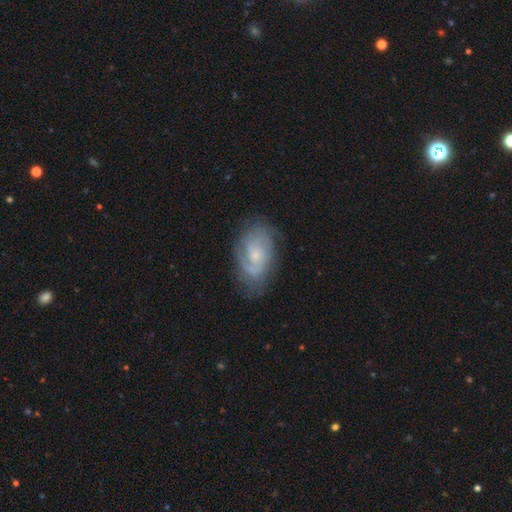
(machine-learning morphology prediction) featured or disk 73%, smooth 20%, star or artifact 7%. Down the decision tree: edge-on disk — no (96%); bar — no (66%); spiral arms — yes (89%); spiral arm count — 2 (46%); spiral winding — tight (48%); bulge size — small (60%); merging — none (69%).